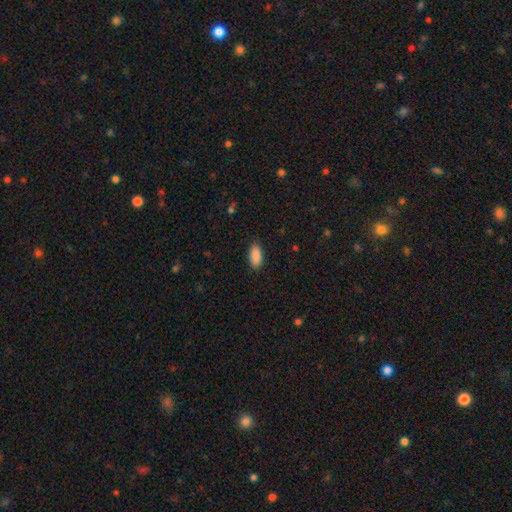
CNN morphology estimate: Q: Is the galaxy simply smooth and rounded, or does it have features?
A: smooth — 90%.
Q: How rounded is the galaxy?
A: in between — 91%.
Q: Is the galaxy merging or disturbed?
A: none — 87%.